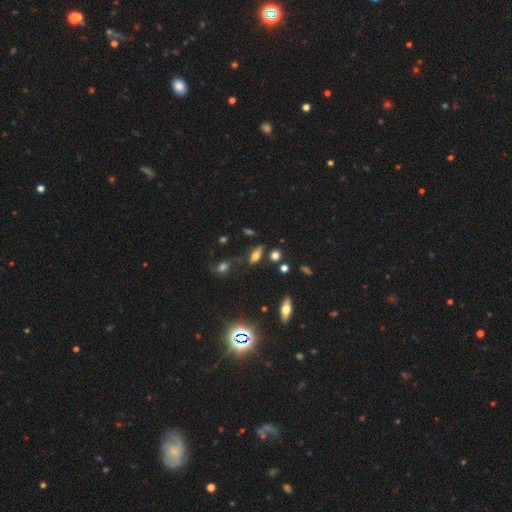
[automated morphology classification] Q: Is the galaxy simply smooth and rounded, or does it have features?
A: smooth — 54%.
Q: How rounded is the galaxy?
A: in between — 67%.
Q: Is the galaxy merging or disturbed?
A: none — 65%.